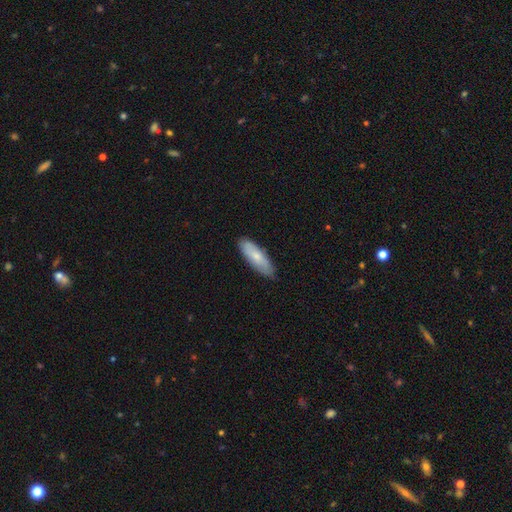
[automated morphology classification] Smooth or featured?
  - smooth: 73% *
  - featured or disk: 22%
  - star or artifact: 6%
How rounded?
  - in between: 56% *
  - cigar-shaped: 42%
  - round: 2%
Merging?
  - none: 84% *
  - minor disturbance: 13%
  - major disturbance: 2%
  - merger: 1%